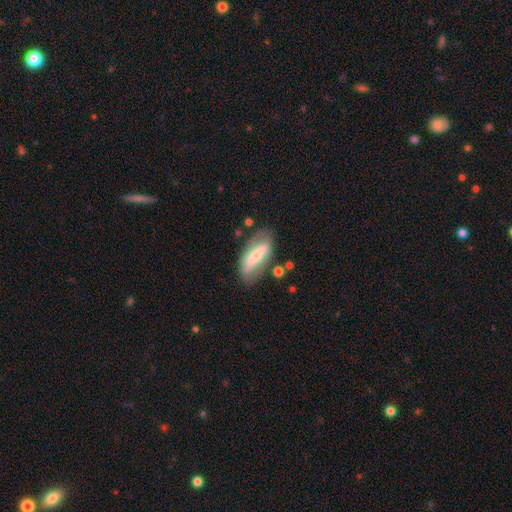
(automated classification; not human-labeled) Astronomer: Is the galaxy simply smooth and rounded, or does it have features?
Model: featured or disk — 49% (runner-up: smooth, 45%).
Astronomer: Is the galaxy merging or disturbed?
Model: none — 67%.